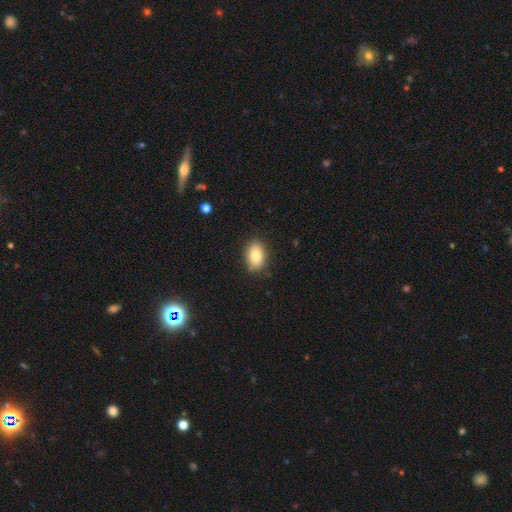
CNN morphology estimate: A smooth galaxy with no disk features (83%) that is in between round and cigar-shaped (87%).

Vote fractions:
- Smooth or featured? smooth: 83% / featured or disk: 9% / star or artifact: 8%
- How rounded? in between: 87% / round: 11% / cigar-shaped: 1%
- Merging? none: 85% / minor disturbance: 11% / major disturbance: 2% / merger: 1%